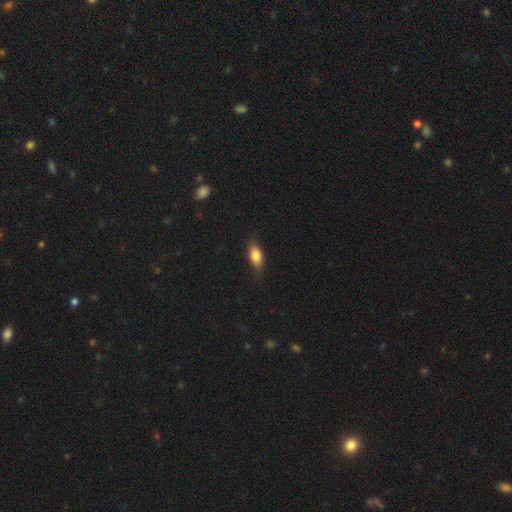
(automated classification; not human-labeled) A smooth galaxy with no disk features (75%) that is in between round and cigar-shaped (81%).

Vote fractions:
- Smooth or featured? smooth: 75% / featured or disk: 17% / star or artifact: 7%
- How rounded? in between: 81% / cigar-shaped: 15% / round: 5%
- Merging? none: 73% / minor disturbance: 21% / major disturbance: 5% / merger: 1%